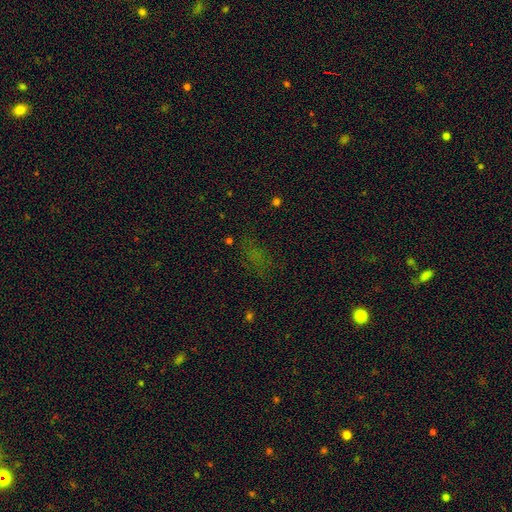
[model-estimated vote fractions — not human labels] The model was most divided on "smooth or featured": smooth: 46%, star or artifact: 42%, featured or disk: 12%. More confident: merging — none (69%).